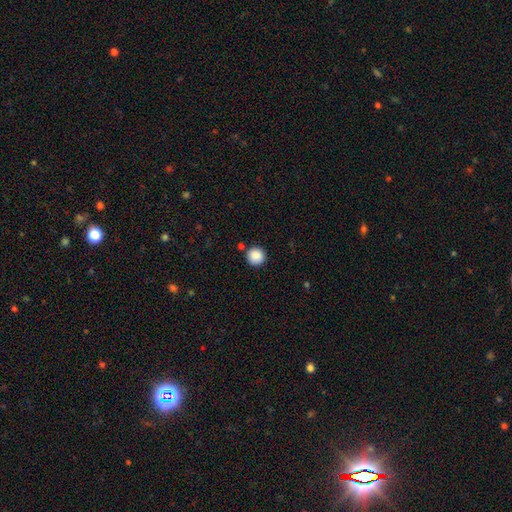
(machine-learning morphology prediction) Smooth or featured? smooth (88%)
How rounded? round (95%)
Merging? none (87%)